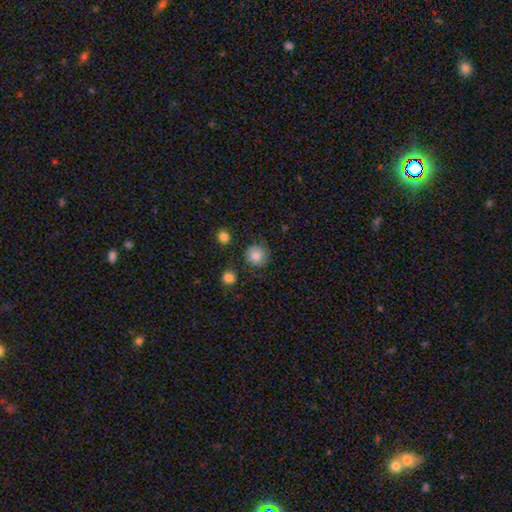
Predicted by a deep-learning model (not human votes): Q: Smooth or featured?
A: smooth (79%); runner-up: featured or disk (11%)
Q: How rounded?
A: round (91%); runner-up: in between (8%)
Q: Merging?
A: none (78%); runner-up: minor disturbance (14%)